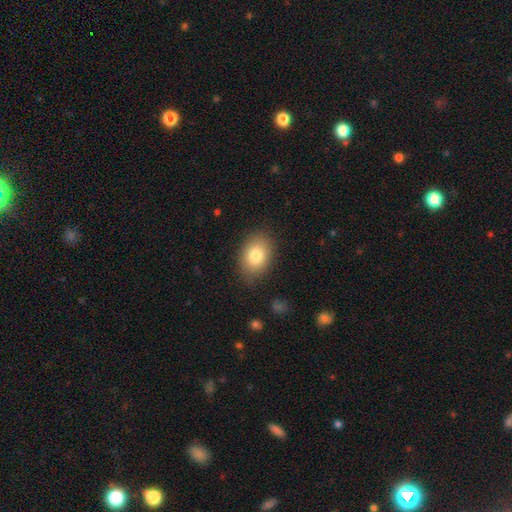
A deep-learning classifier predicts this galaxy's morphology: A smooth galaxy with no disk features (81%) that is in between round and cigar-shaped (77%).

Vote fractions:
- Smooth or featured? smooth: 81% / featured or disk: 11% / star or artifact: 8%
- How rounded? in between: 77% / round: 22% / cigar-shaped: 1%
- Merging? none: 82% / minor disturbance: 13% / major disturbance: 3% / merger: 1%